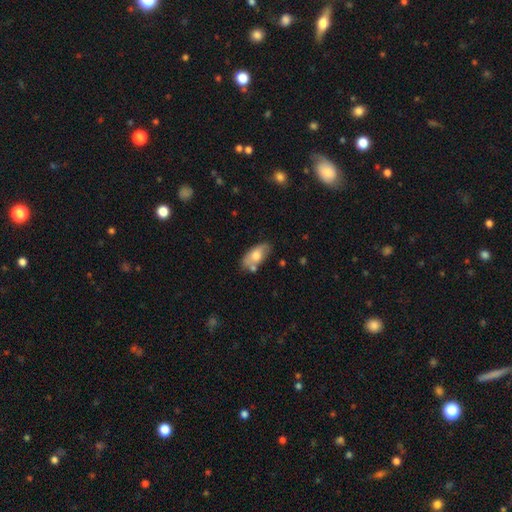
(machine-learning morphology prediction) Smooth or featured?
  - smooth: 65% *
  - featured or disk: 28%
  - star or artifact: 6%
How rounded?
  - in between: 91% *
  - cigar-shaped: 6%
  - round: 3%
Merging?
  - none: 62% *
  - minor disturbance: 22%
  - merger: 11%
  - major disturbance: 5%